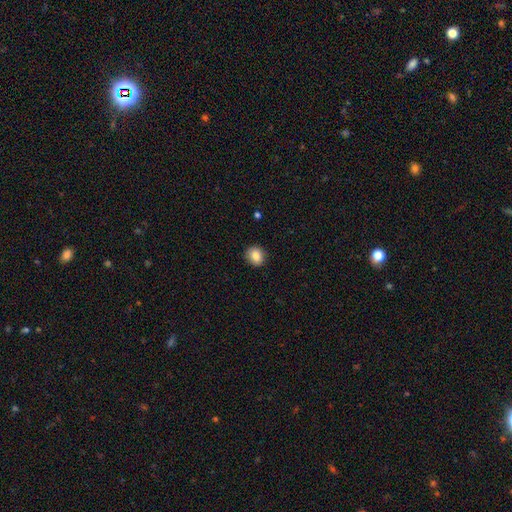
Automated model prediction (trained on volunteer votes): smooth-or-featured: smooth: 84% | star or artifact: 9% | featured or disk: 7%
  how-rounded: round: 82% | in between: 17% | cigar-shaped: 1%
  merging: none: 90% | minor disturbance: 7% | major disturbance: 2% | merger: 1%